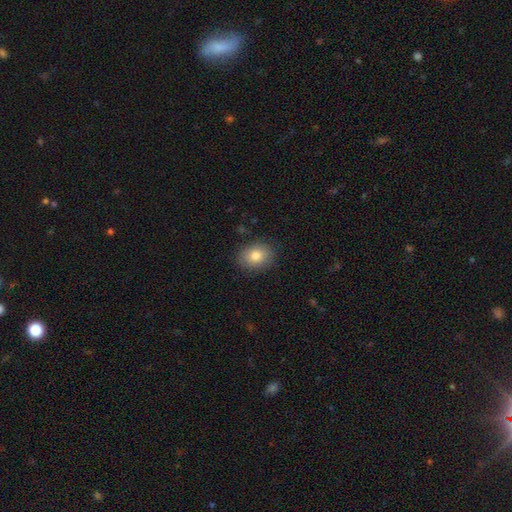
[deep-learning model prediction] Morphology: type=smooth (82%); roundness=in between (51%); merging=none (87%).